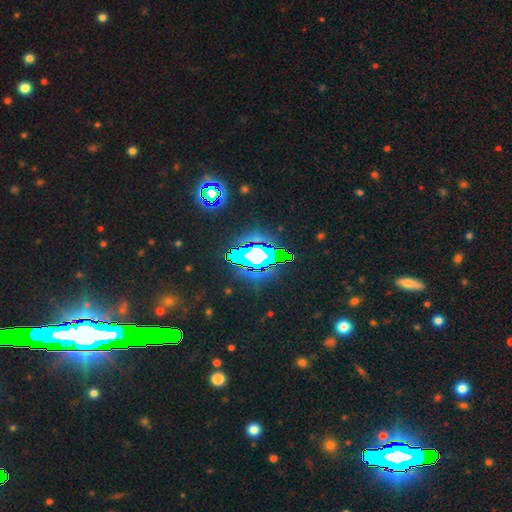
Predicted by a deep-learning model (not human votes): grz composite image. It shows a star or artifact, not a galaxy (67%).